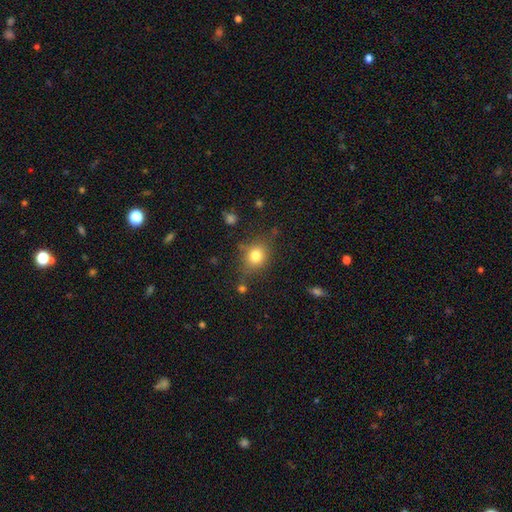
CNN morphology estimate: Smooth or featured?
  - smooth: 80% *
  - star or artifact: 12%
  - featured or disk: 9%
How rounded?
  - round: 62% *
  - in between: 37%
  - cigar-shaped: 1%
Merging?
  - none: 75% *
  - minor disturbance: 16%
  - major disturbance: 5%
  - merger: 4%